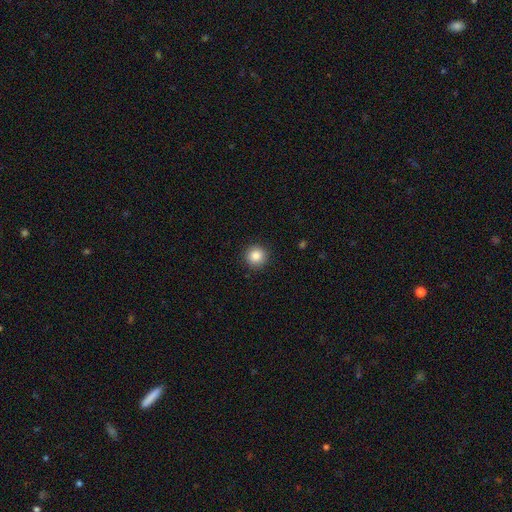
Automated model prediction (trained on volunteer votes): Smooth or featured? Predicted: smooth (p=0.85). How rounded? Predicted: round (p=0.95). Merging? Predicted: none (p=0.92).